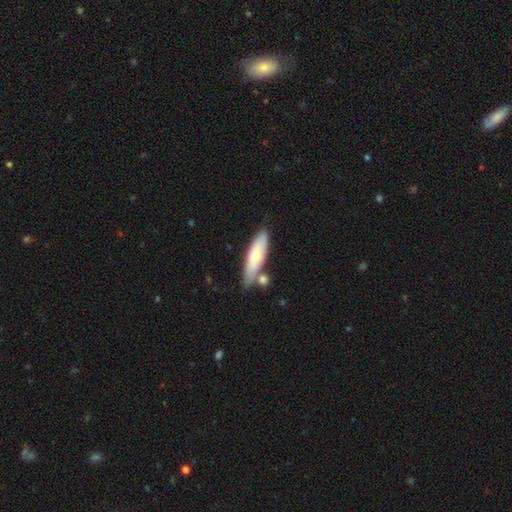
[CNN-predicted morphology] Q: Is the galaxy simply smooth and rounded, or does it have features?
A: smooth — 63%.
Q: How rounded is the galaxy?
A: cigar-shaped — 54%.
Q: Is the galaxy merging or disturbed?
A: none — 64%.